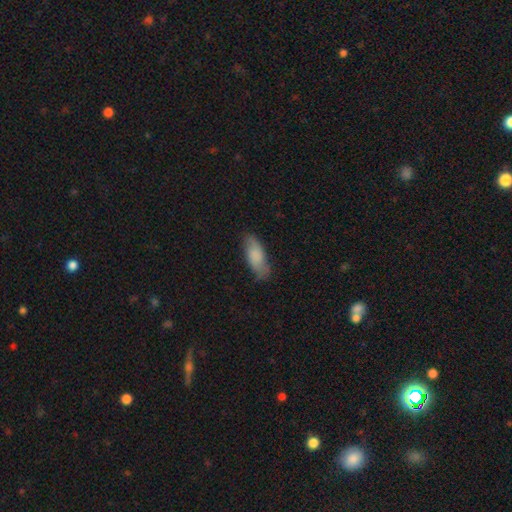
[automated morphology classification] smooth 78%, featured or disk 16%, star or artifact 6%. Down the decision tree: how rounded — in between (74%); merging — none (74%).